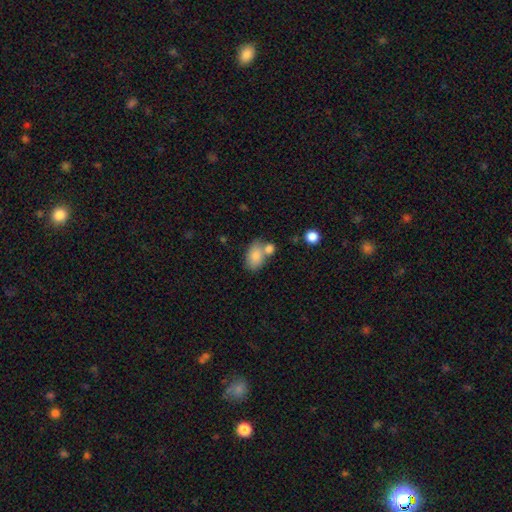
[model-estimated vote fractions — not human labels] smooth 84%, featured or disk 8%, star or artifact 8%. Down the decision tree: how rounded — in between (85%); merging — none (46%).